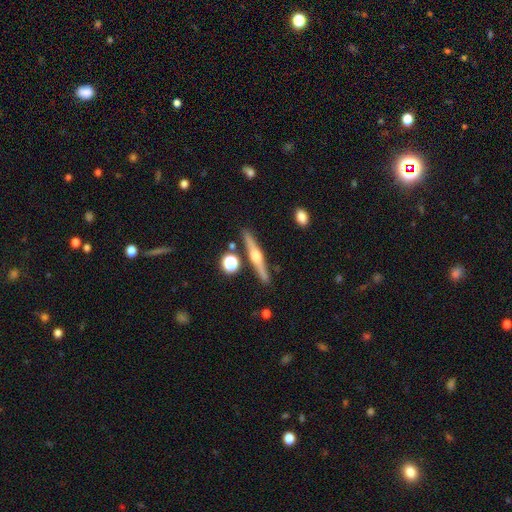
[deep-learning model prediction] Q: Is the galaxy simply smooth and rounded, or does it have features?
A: featured or disk — 76%.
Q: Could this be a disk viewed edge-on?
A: yes — 98%.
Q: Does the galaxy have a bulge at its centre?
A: rounded — 93%.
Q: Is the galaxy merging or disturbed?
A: none — 87%.